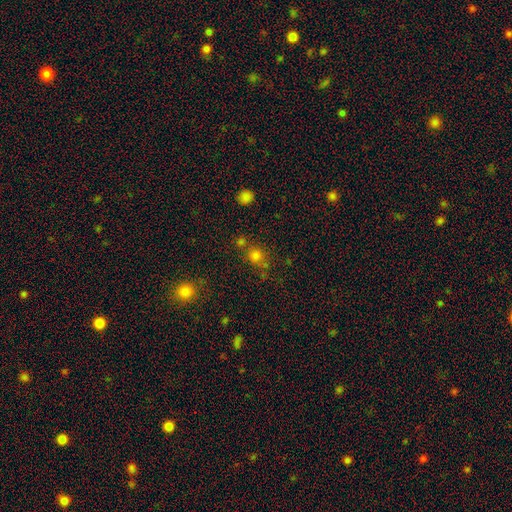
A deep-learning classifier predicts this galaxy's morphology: A smooth galaxy with no disk features (72%) that is round (81%).

Vote fractions:
- Smooth or featured? smooth: 72% / star or artifact: 20% / featured or disk: 8%
- How rounded? round: 81% / in between: 17% / cigar-shaped: 2%
- Merging? none: 58% / merger: 21% / minor disturbance: 13% / major disturbance: 8%